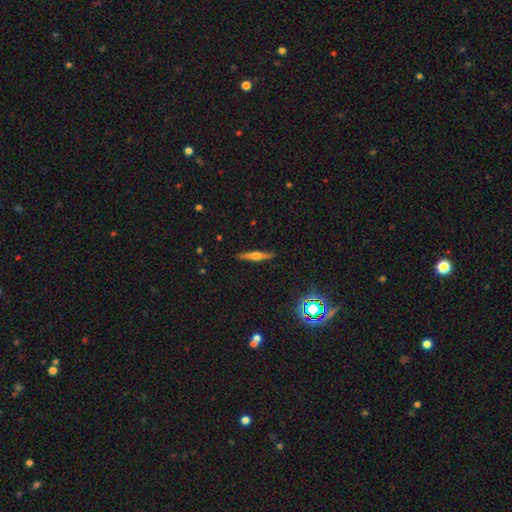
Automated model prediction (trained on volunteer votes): Smooth or featured: featured or disk — 61% (smooth — 30%)
Edge-on disk: yes — 97% (no — 3%)
Edge-on bulge: rounded — 84% (boxy — 10%)
Merging: none — 90% (minor disturbance — 7%)